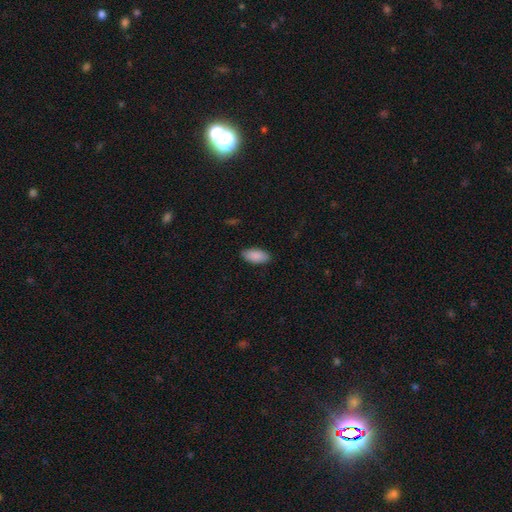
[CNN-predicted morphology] A smooth galaxy with no disk features (90%) that is in between round and cigar-shaped (92%). Merging: none (88%).